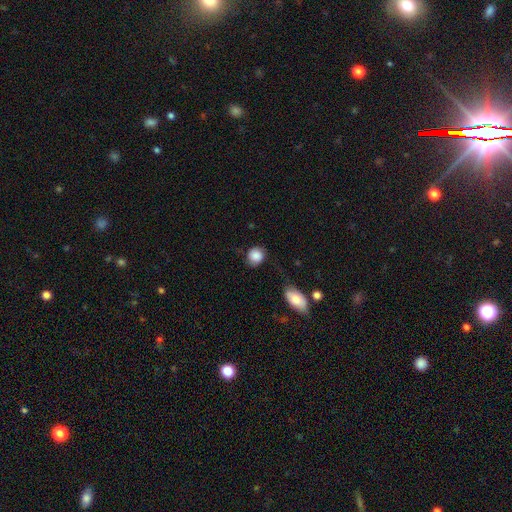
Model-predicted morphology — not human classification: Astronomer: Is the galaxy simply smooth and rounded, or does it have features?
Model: smooth — 87%.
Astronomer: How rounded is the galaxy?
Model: round — 79%.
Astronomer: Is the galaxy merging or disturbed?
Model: none — 71%.